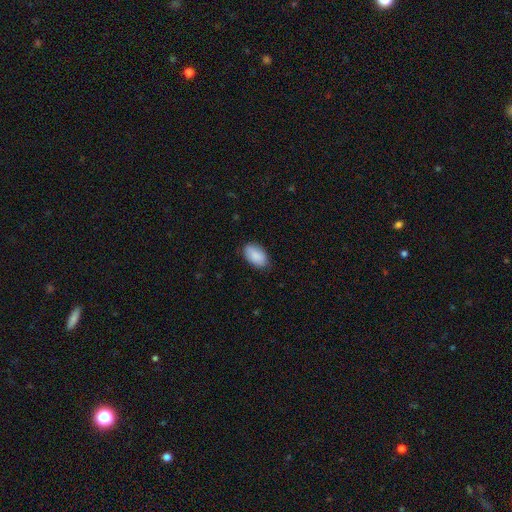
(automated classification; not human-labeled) Smooth or featured? smooth (89%)
How rounded? in between (94%)
Merging? none (83%)